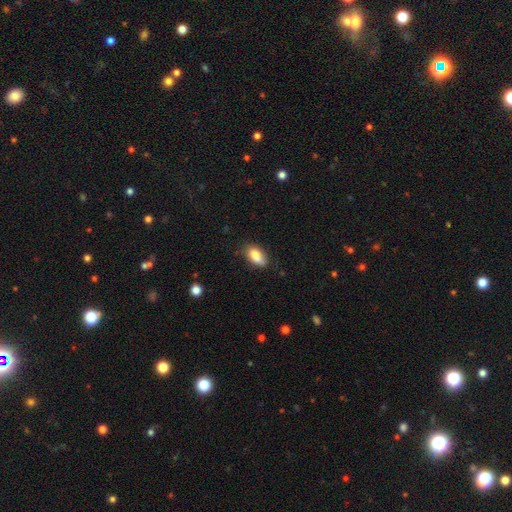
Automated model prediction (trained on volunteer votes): Q: Smooth or featured?
A: smooth (85%); runner-up: featured or disk (8%)
Q: How rounded?
A: in between (90%); runner-up: cigar-shaped (6%)
Q: Merging?
A: none (73%); runner-up: minor disturbance (21%)